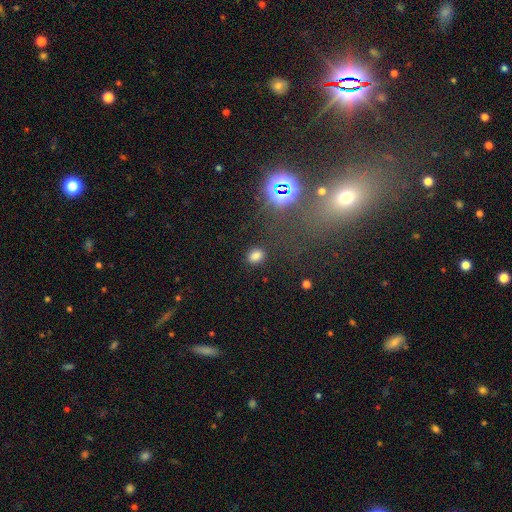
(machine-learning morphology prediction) Smooth or featured? smooth (77%)
How rounded? in between (60%)
Merging? none (85%)